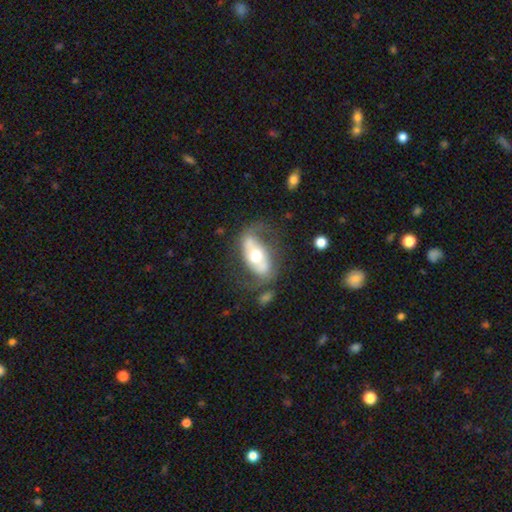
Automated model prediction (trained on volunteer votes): smooth-or-featured: featured or disk: 60% | smooth: 34% | star or artifact: 6%
  disk-edge-on: no: 88% | yes: 12%
    bar: no: 53% | strong: 26% | weak: 21%
    has-spiral-arms: yes: 53% | no: 47%
    bulge-size: moderate: 68% | large: 22% | small: 7% | dominant: 2% | none: 1%
  merging: none: 56% | minor disturbance: 21% | major disturbance: 17% | merger: 5%